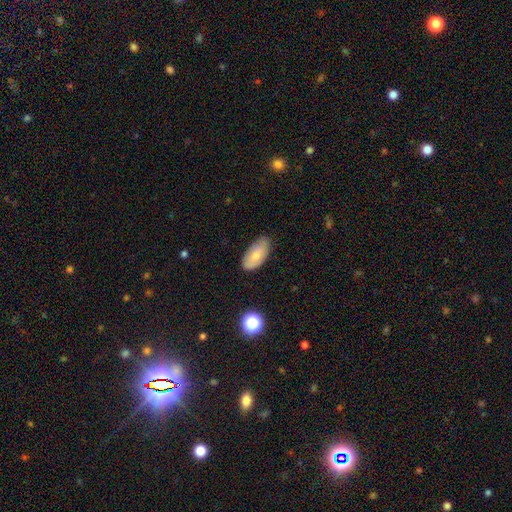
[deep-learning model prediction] A smooth galaxy with no disk features (72%) that is in between round and cigar-shaped (93%).

Vote fractions:
- Smooth or featured? smooth: 72% / featured or disk: 20% / star or artifact: 7%
- How rounded? in between: 93% / cigar-shaped: 4% / round: 3%
- Merging? none: 68% / minor disturbance: 27% / major disturbance: 4% / merger: 1%